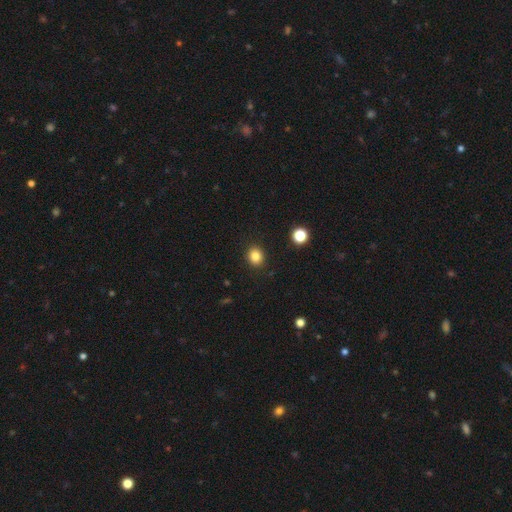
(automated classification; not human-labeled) Q: Smooth or featured?
A: smooth (83%); runner-up: star or artifact (11%)
Q: How rounded?
A: round (70%); runner-up: in between (30%)
Q: Merging?
A: none (90%); runner-up: minor disturbance (6%)